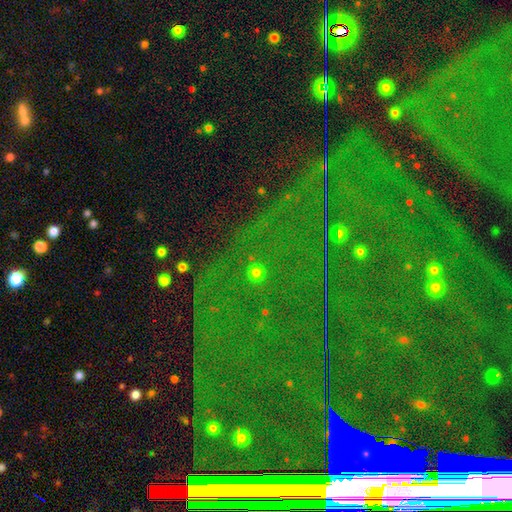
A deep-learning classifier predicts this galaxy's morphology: Q: Smooth or featured?
A: star or artifact (81%); runner-up: featured or disk (10%)